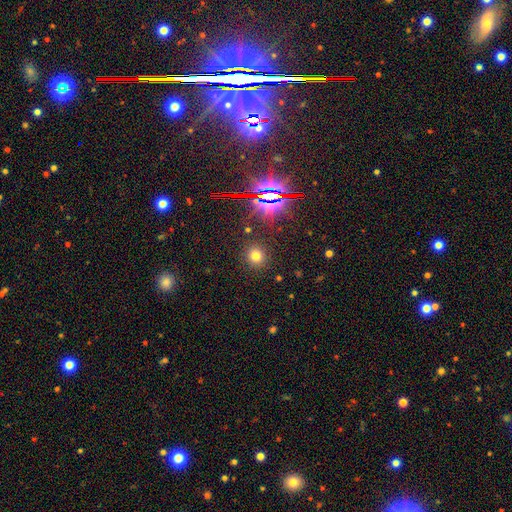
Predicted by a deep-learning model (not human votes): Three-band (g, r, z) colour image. It shows a smooth galaxy with no disk features (69%) that is round (84%). Merging: none (87%).